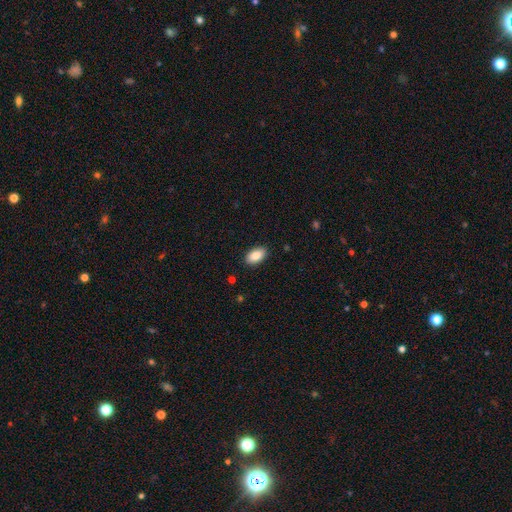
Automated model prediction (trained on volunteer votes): A smooth galaxy with no disk features (87%) that is in between round and cigar-shaped (94%). Merging: none (89%).